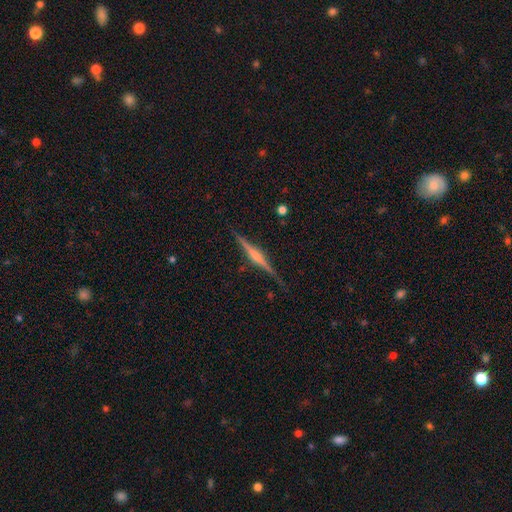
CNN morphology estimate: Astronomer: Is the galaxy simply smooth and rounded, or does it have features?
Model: featured or disk — 79%.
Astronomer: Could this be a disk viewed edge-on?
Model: yes — 98%.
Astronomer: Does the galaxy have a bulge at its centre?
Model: rounded — 67%.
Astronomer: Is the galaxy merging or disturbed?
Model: none — 88%.